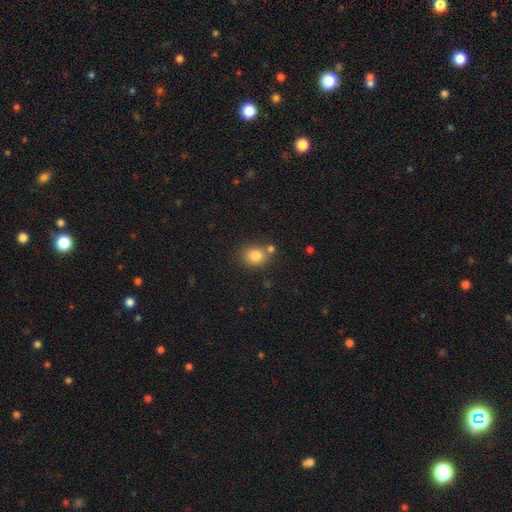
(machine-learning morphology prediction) Smooth or featured: smooth — 81% (star or artifact — 11%)
How rounded: round — 65% (in between — 35%)
Merging: none — 70% (merger — 15%)